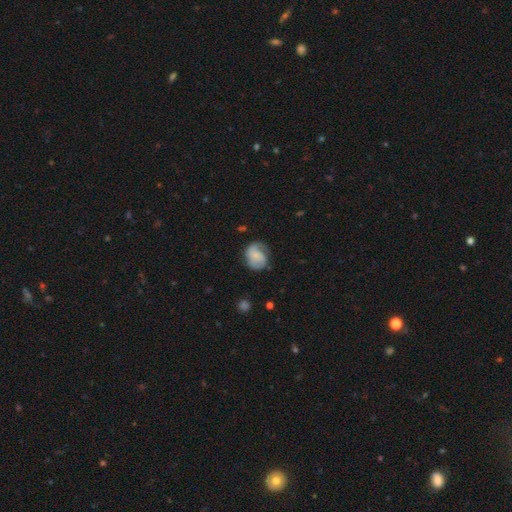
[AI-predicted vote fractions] smooth-or-featured: featured or disk: 53% | smooth: 39% | star or artifact: 8%
  disk-edge-on: no: 98% | yes: 2%
    bar: no: 63% | weak: 30% | strong: 7%
    has-spiral-arms: yes: 88% | no: 12%
    bulge-size: none: 43% | small: 33% | moderate: 15% | large: 7% | dominant: 3%
  merging: none: 57% | minor disturbance: 26% | major disturbance: 15% | merger: 2%